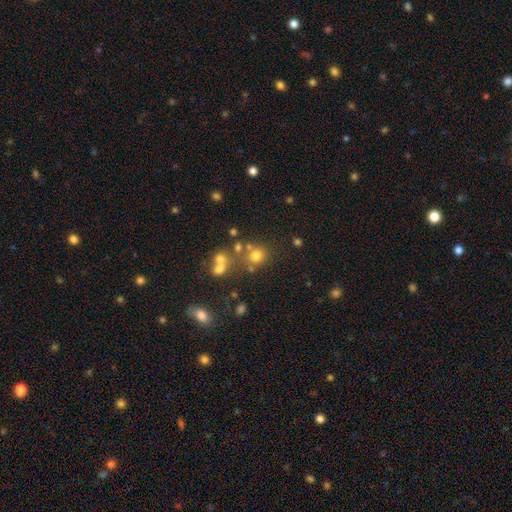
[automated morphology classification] A smooth galaxy with no disk features (69%) that is round (85%).

Vote fractions:
- Smooth or featured? smooth: 69% / star or artifact: 19% / featured or disk: 11%
- How rounded? round: 85% / in between: 14% / cigar-shaped: 1%
- Merging? none: 63% / merger: 21% / minor disturbance: 10% / major disturbance: 5%